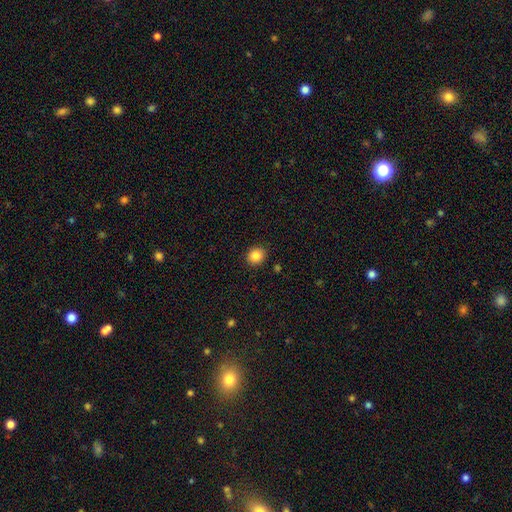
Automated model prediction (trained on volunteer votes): smooth 86%, star or artifact 10%, featured or disk 4%. Down the decision tree: how rounded — round (80%); merging — none (90%).